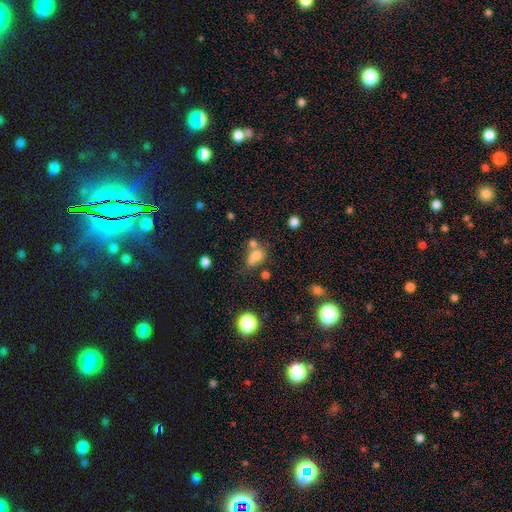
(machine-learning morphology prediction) Smooth or featured? smooth (74%)
How rounded? in between (61%)
Merging? none (41%)